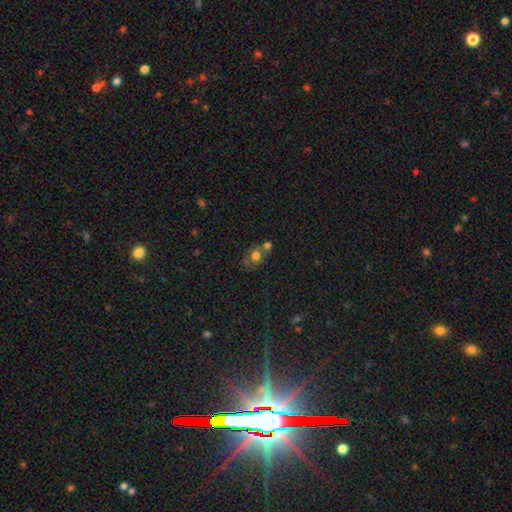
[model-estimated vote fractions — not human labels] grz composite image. It shows a smooth galaxy with no disk features (66%) that is round (62%). Merging: none (45%).